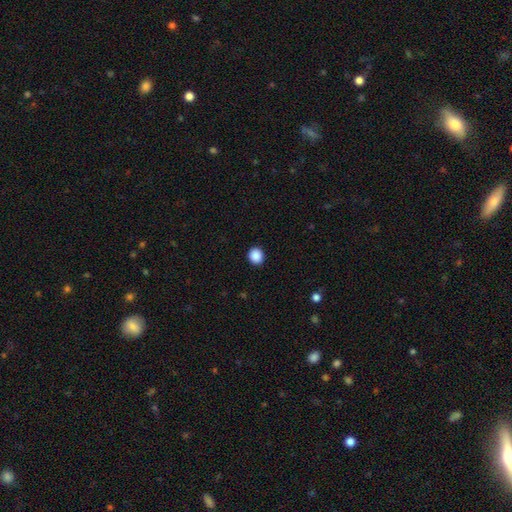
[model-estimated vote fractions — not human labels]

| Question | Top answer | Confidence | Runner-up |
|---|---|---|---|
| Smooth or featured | smooth | 89% | star or artifact (9%) |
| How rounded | round | 84% | in between (15%) |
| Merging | none | 93% | minor disturbance (5%) |